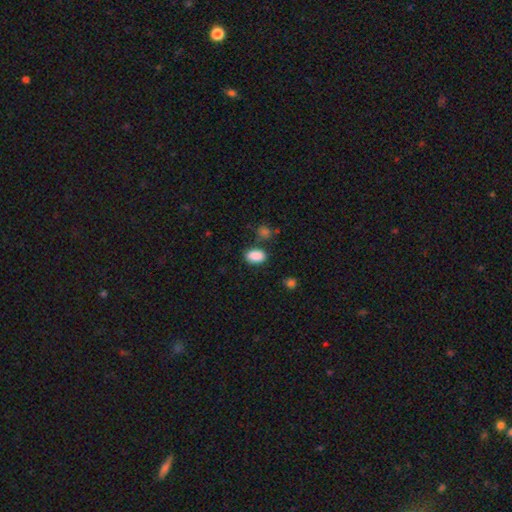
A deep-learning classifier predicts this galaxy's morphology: The model was most divided on "merging": none: 78%, minor disturbance: 13%, merger: 5%, major disturbance: 4%. More confident: how rounded — in between (89%); smooth or featured — smooth (88%).